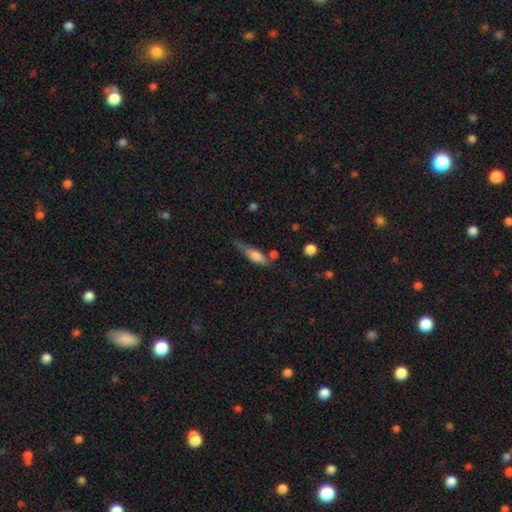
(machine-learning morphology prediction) Q: Smooth or featured?
A: smooth (63%); runner-up: featured or disk (30%)
Q: How rounded?
A: cigar-shaped (59%); runner-up: in between (39%)
Q: Merging?
A: none (51%); runner-up: minor disturbance (29%)